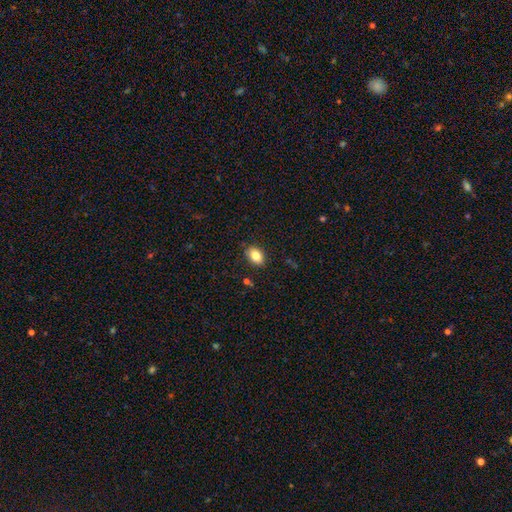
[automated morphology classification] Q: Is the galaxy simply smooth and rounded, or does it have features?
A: smooth — 83%.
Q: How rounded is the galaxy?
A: in between — 81%.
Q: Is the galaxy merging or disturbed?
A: none — 86%.